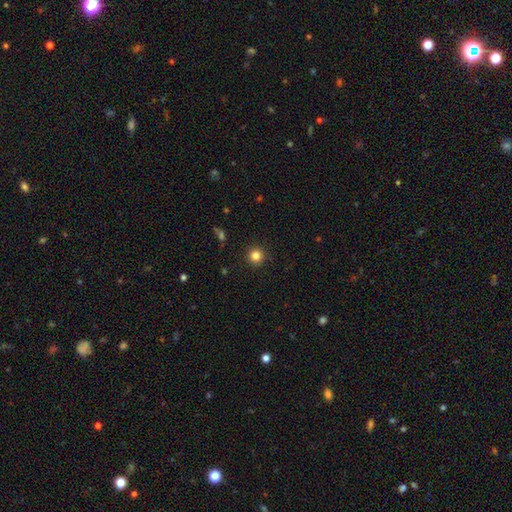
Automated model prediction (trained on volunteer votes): Overall: smooth (83%). How rounded: round (95%). Merging: none (92%).